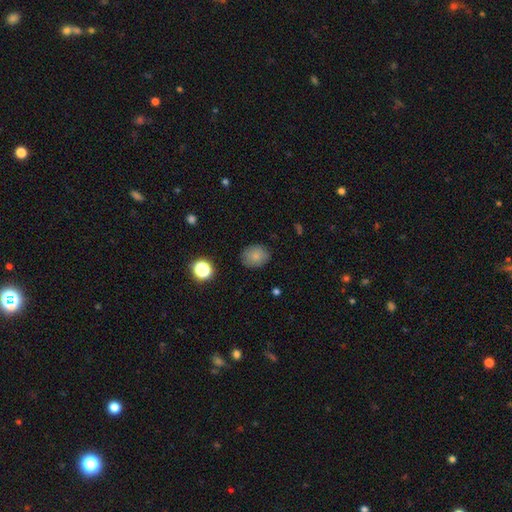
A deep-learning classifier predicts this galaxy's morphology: Smooth or featured? smooth (81%)
How rounded? round (59%)
Merging? none (82%)